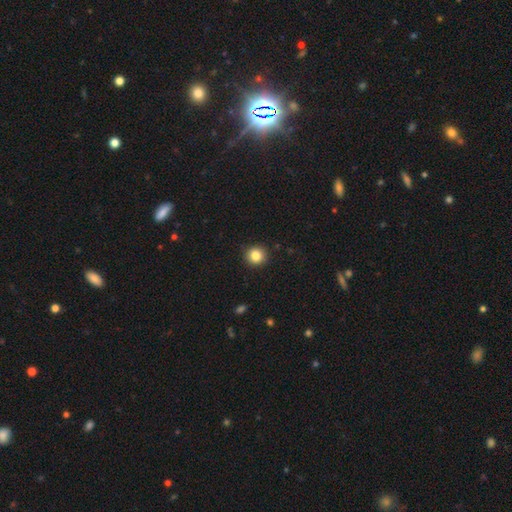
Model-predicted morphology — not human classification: Overall: smooth (84%). How rounded: round (92%). Merging: none (91%).